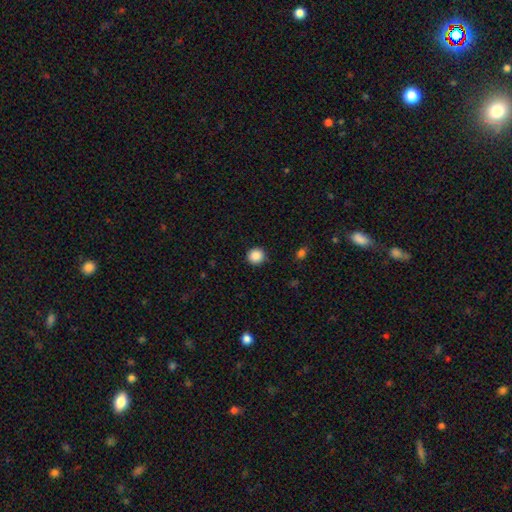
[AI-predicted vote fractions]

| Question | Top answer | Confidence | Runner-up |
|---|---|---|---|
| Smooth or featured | smooth | 88% | star or artifact (9%) |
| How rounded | round | 94% | in between (5%) |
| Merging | none | 91% | minor disturbance (6%) |